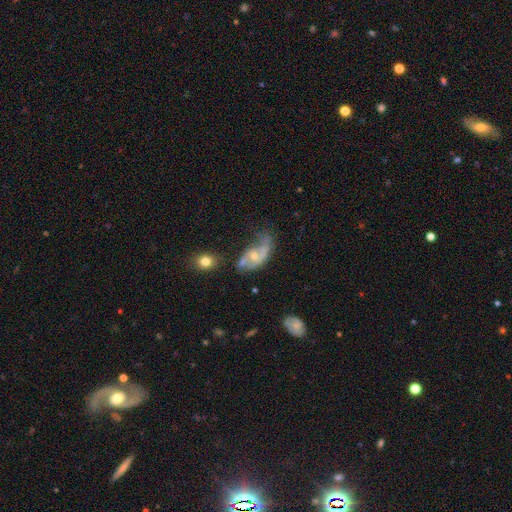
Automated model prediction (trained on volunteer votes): smooth_or_featured: featured or disk (p=0.73) [alt: smooth p=0.20]
disk_edge_on: no (p=0.95) [alt: yes p=0.05]
bar: no (p=0.62) [alt: weak p=0.31]
has_spiral_arms: yes (p=0.81) [alt: no p=0.19]
spiral_winding: loose (p=0.59) [alt: medium p=0.31]
spiral_arm_count: 2 (p=0.71) [alt: 1 p=0.15]
bulge_size: small (p=0.47) [alt: moderate p=0.45]
merging: none (p=0.30) [tied with: major disturbance p=0.30]